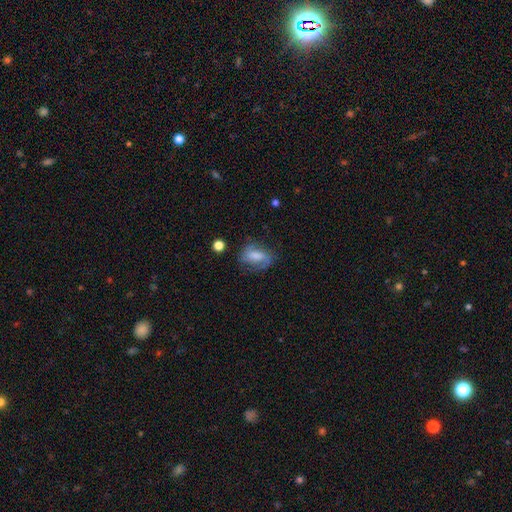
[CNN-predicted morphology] featured or disk 47%, smooth 44%, star or artifact 9%. Down the decision tree: merging — none (56%).